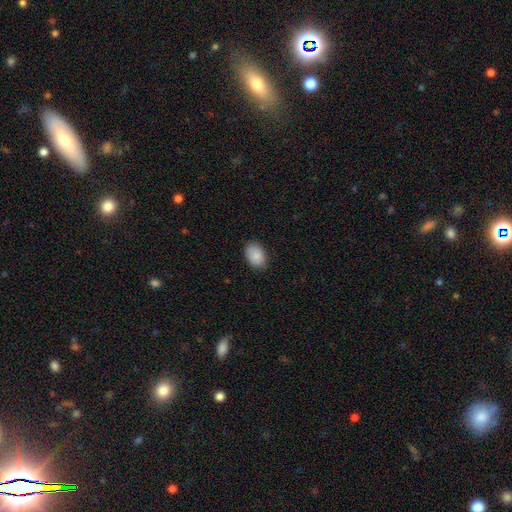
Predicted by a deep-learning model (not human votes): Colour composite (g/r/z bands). It shows a smooth galaxy with no disk features (88%) that is in between round and cigar-shaped (81%). Merging: none (83%).